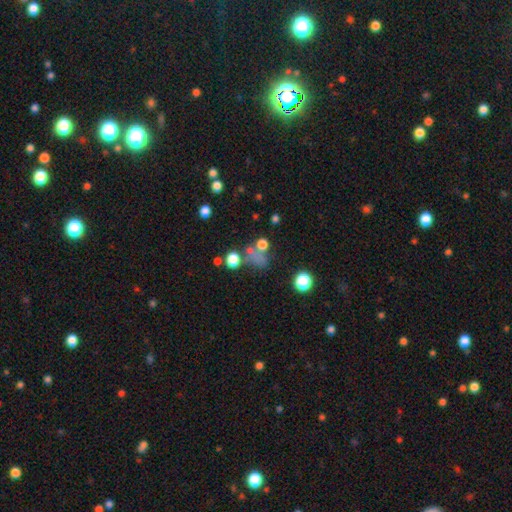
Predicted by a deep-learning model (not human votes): Q: Smooth or featured?
A: smooth (58%); runner-up: star or artifact (28%)
Q: How rounded?
A: round (63%); runner-up: in between (34%)
Q: Merging?
A: none (46%); runner-up: merger (22%)